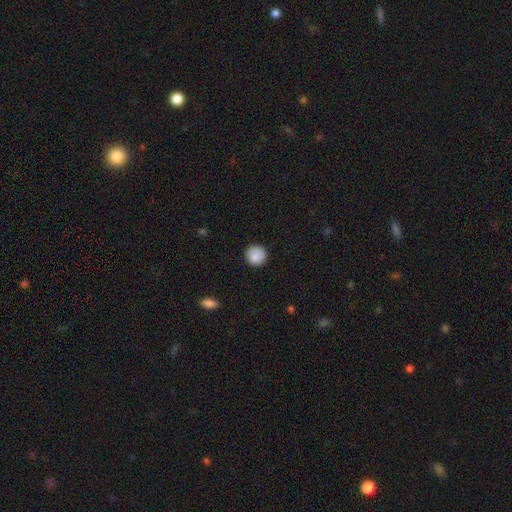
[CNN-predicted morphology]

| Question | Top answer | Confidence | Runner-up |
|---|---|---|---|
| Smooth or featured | smooth | 86% | star or artifact (8%) |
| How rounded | round | 94% | in between (5%) |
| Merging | none | 89% | minor disturbance (8%) |